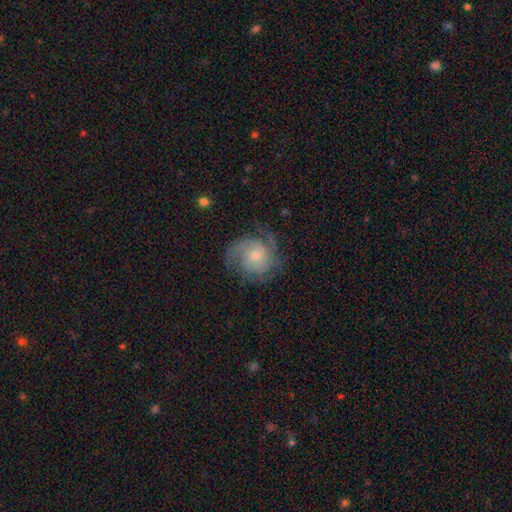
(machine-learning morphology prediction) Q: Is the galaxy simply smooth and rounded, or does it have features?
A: featured or disk — 79%.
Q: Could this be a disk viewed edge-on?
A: no — 98%.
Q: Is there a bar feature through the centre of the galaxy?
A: no — 70%.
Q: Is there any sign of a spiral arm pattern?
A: yes — 95%.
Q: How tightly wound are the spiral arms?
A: tight — 45%.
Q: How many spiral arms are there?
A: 2 — 29%.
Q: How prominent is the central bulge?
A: small — 49%.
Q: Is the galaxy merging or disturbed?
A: none — 70%.